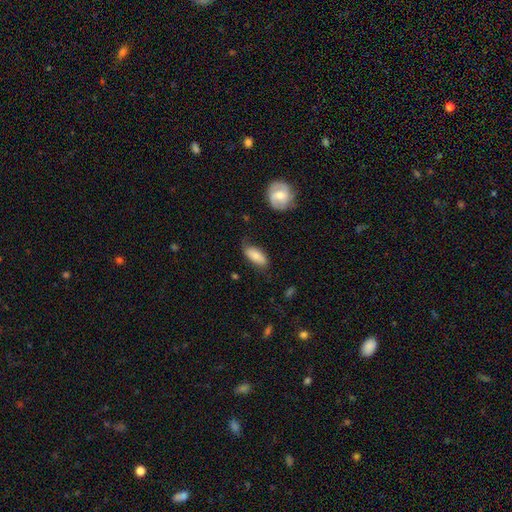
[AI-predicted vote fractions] smooth-or-featured: smooth: 78% | featured or disk: 15% | star or artifact: 6%
  how-rounded: in between: 85% | cigar-shaped: 12% | round: 3%
  merging: none: 65% | minor disturbance: 26% | major disturbance: 7% | merger: 2%